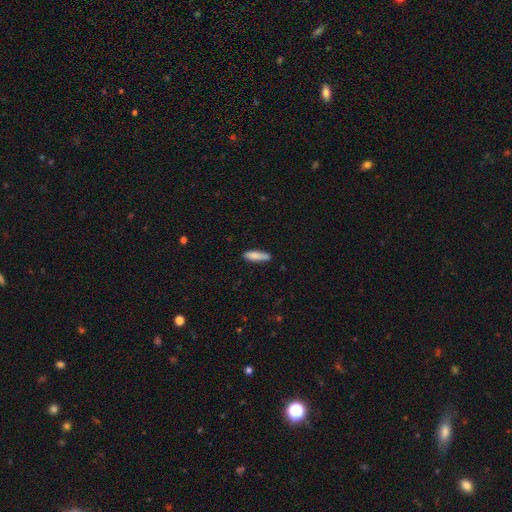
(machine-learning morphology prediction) Smooth or featured?
  - smooth: 84% *
  - featured or disk: 10%
  - star or artifact: 6%
How rounded?
  - cigar-shaped: 71% *
  - in between: 28%
  - round: 1%
Merging?
  - none: 80% *
  - minor disturbance: 16%
  - major disturbance: 3%
  - merger: 2%